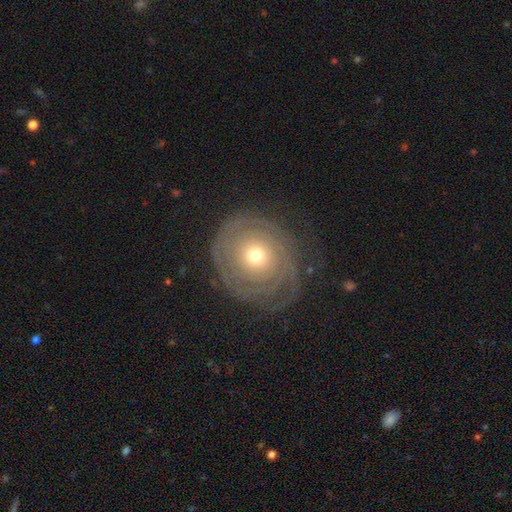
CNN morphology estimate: A featured or disk galaxy (77%) with no bar (86%), tight (82%) spiral arms (86%) and a moderate central bulge (51%).

Vote fractions:
- Smooth or featured? featured or disk: 77% / smooth: 16% / star or artifact: 7%
- Edge-on disk? no: 96% / yes: 4%
- Bar? no: 86% / weak: 10% / strong: 3%
- Spiral arms? yes: 86% / no: 14%
- Spiral winding? tight: 82% / medium: 13% / loose: 5%
- Spiral arm count? can't tell: 38% / 2: 26% / 3: 12% / 1: 9% / 4: 7% / more than 4: 6%
- Bulge size? moderate: 51% / small: 43% / large: 4% / dominant: 1% / none: 1%
- Merging? none: 74% / minor disturbance: 15% / major disturbance: 9% / merger: 1%